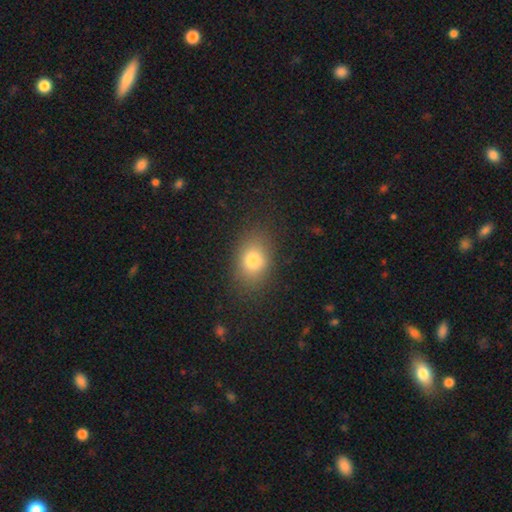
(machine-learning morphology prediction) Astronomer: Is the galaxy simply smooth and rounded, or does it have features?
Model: smooth — 78%.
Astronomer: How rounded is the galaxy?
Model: in between — 72%.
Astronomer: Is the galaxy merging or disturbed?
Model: none — 86%.